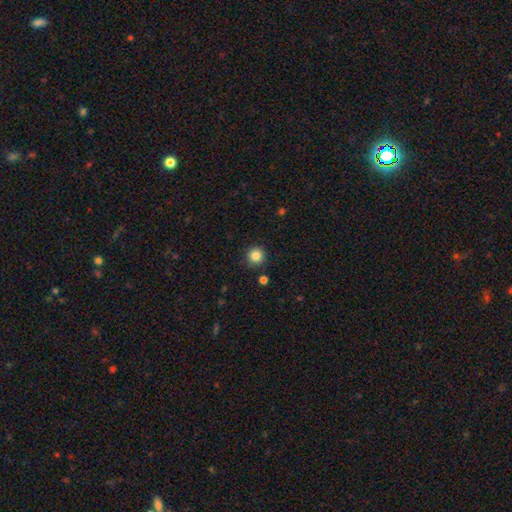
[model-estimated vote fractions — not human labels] Smooth or featured?
  - smooth: 85% *
  - star or artifact: 11%
  - featured or disk: 4%
How rounded?
  - round: 95% *
  - in between: 4%
  - cigar-shaped: 1%
Merging?
  - none: 90% *
  - minor disturbance: 6%
  - merger: 2%
  - major disturbance: 2%